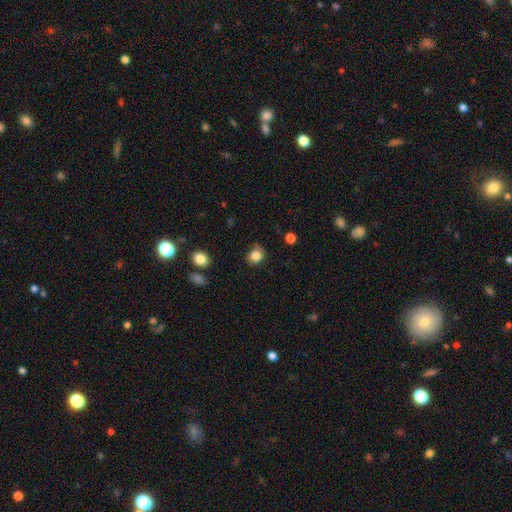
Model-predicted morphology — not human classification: smooth 83%, star or artifact 11%, featured or disk 6%. Down the decision tree: how rounded — round (73%); merging — none (69%).